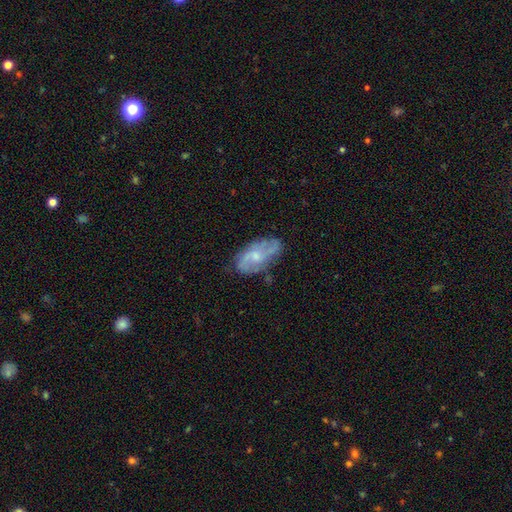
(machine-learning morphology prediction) Smooth or featured?
  - featured or disk: 69% *
  - smooth: 24%
  - star or artifact: 7%
Edge-on disk?
  - no: 94% *
  - yes: 6%
Bar?
  - no: 58% *
  - weak: 36%
  - strong: 7%
Spiral arms?
  - yes: 86% *
  - no: 14%
Spiral winding?
  - loose: 41% *
  - medium: 40%
  - tight: 18%
Spiral arm count?
  - 2: 59% *
  - can't tell: 20%
  - 3: 12%
  - 1: 3%
  - 4: 3%
  - more than 4: 2%
Bulge size?
  - small: 49% *
  - moderate: 41%
  - none: 7%
  - large: 2%
  - dominant: 1%
Merging?
  - none: 66% *
  - minor disturbance: 23%
  - major disturbance: 8%
  - merger: 2%